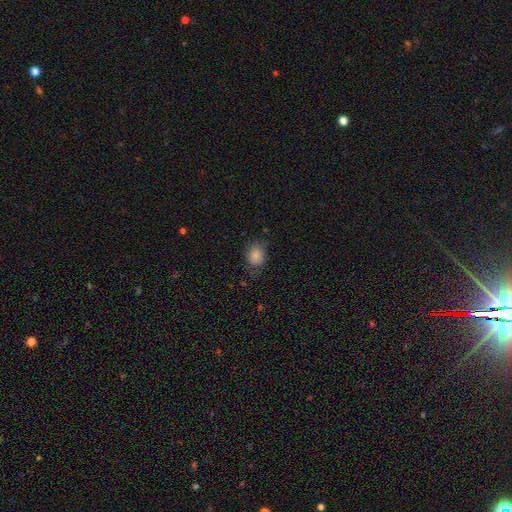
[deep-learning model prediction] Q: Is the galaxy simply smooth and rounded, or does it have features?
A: smooth — 85%.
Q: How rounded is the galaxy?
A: round — 51%.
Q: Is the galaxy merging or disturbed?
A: none — 74%.